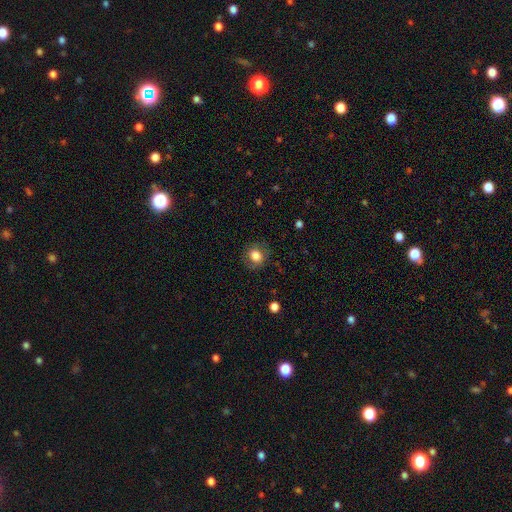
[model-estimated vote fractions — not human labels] Q: Smooth or featured?
A: smooth (79%); runner-up: featured or disk (12%)
Q: How rounded?
A: round (75%); runner-up: in between (24%)
Q: Merging?
A: none (81%); runner-up: minor disturbance (13%)